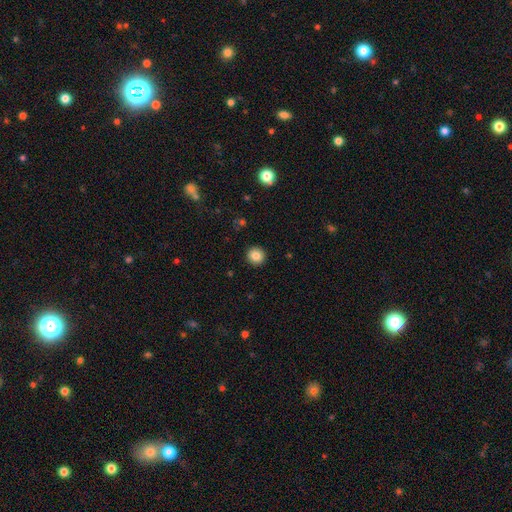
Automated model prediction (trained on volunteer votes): A smooth galaxy with no disk features (85%) that is round (94%). Merging: none (93%).